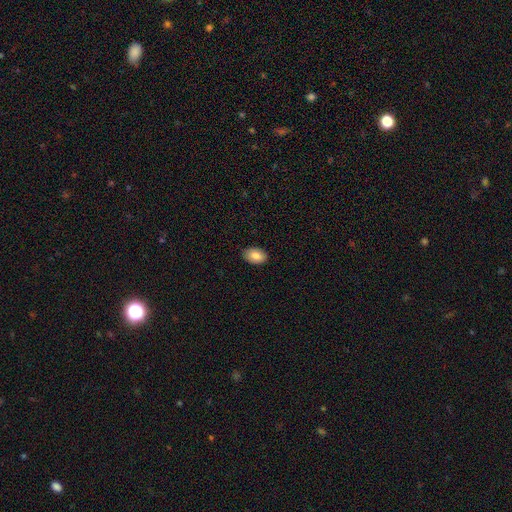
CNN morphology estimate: Smooth or featured? smooth (86%)
How rounded? in between (89%)
Merging? none (88%)